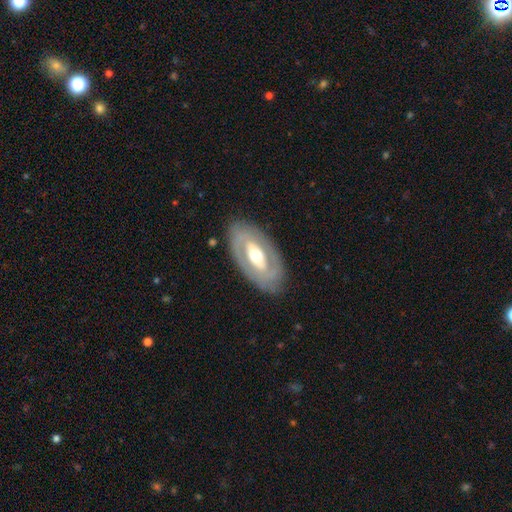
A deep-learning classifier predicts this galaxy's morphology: Smooth or featured?
  - featured or disk: 76% *
  - smooth: 19%
  - star or artifact: 5%
Edge-on disk?
  - no: 91% *
  - yes: 9%
Bar?
  - no: 45% *
  - weak: 31%
  - strong: 24%
Spiral arms?
  - yes: 59% *
  - no: 41%
Bulge size?
  - moderate: 70% *
  - small: 15%
  - large: 12%
  - dominant: 1%
  - none: 1%
Merging?
  - none: 82% *
  - minor disturbance: 12%
  - major disturbance: 4%
  - merger: 1%